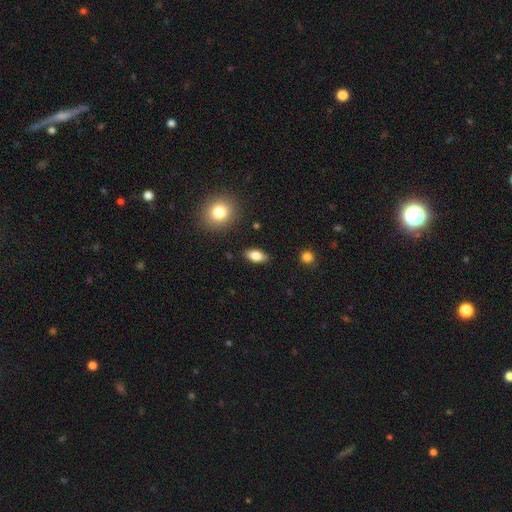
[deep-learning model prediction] Overall: smooth (79%). How rounded: in between (88%). Merging: none (87%).